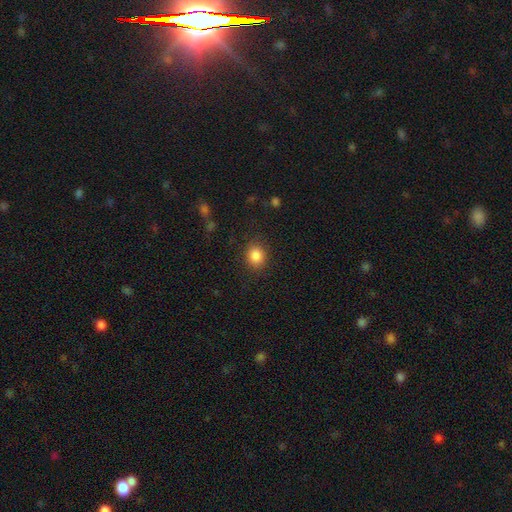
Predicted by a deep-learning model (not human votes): Smooth or featured?
  - smooth: 86% *
  - star or artifact: 10%
  - featured or disk: 4%
How rounded?
  - round: 70% *
  - in between: 29%
  - cigar-shaped: 1%
Merging?
  - none: 85% *
  - minor disturbance: 10%
  - major disturbance: 4%
  - merger: 1%